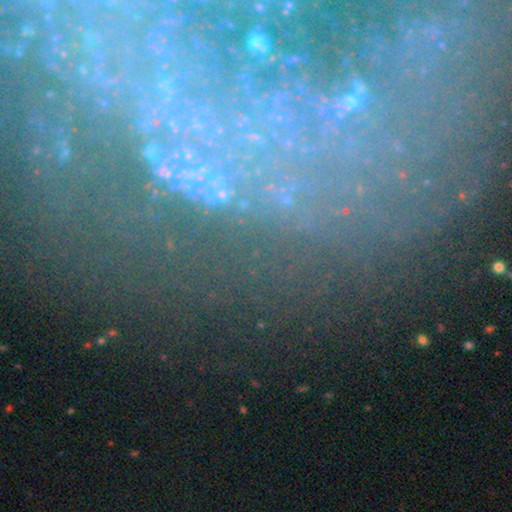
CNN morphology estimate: Smooth or featured: star or artifact — 59% (featured or disk — 26%)